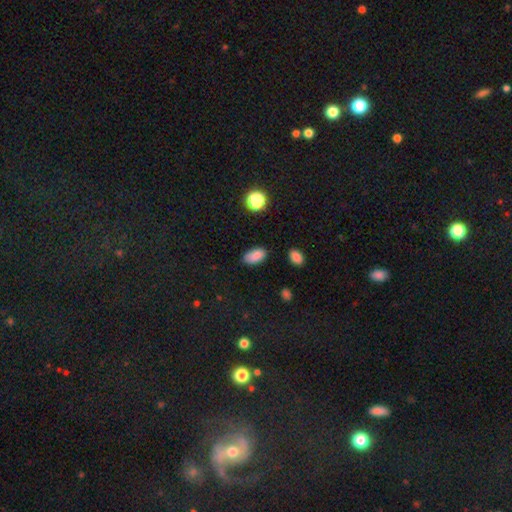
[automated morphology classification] Smooth or featured? Predicted: smooth (p=0.86). How rounded? Predicted: in between (p=0.93). Merging? Predicted: none (p=0.79).